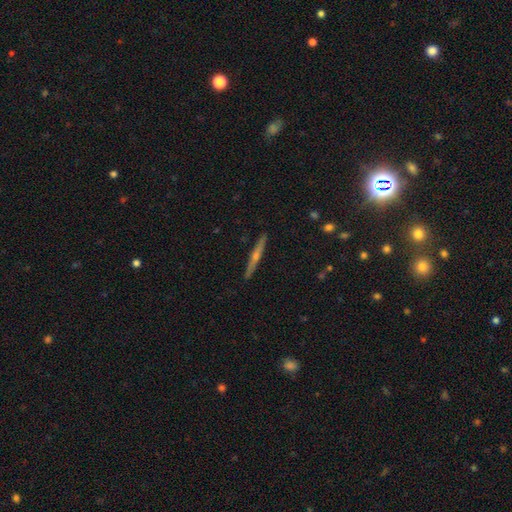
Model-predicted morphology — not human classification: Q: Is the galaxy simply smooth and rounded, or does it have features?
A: featured or disk — 69%.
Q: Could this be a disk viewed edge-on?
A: yes — 98%.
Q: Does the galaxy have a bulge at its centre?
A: rounded — 78%.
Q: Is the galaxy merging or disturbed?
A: none — 91%.